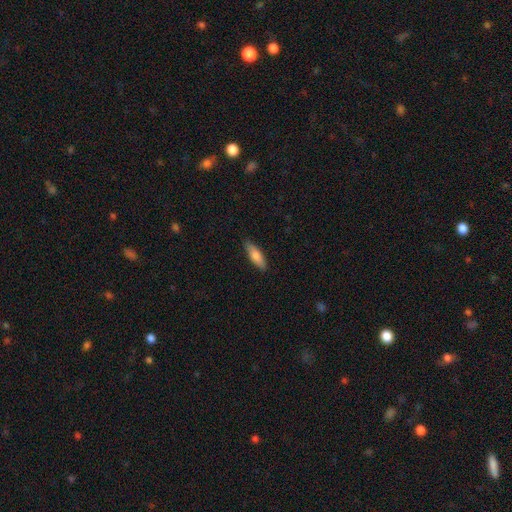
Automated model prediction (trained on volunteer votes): smooth_or_featured: smooth (p=0.75) [alt: featured or disk p=0.20]
how_rounded: in between (p=0.50) [alt: cigar-shaped p=0.48]
merging: none (p=0.87) [alt: minor disturbance p=0.10]